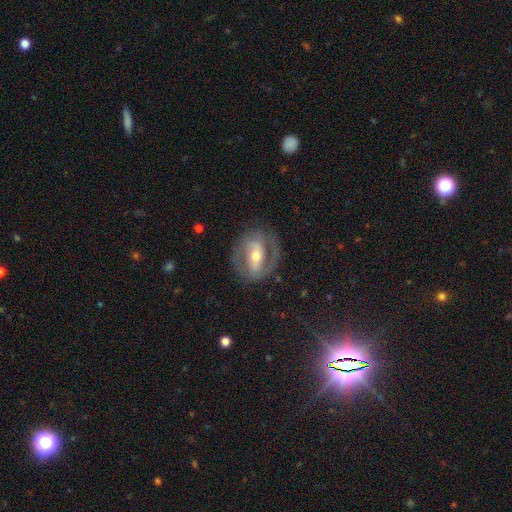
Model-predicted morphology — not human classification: A featured or disk galaxy (80%) with a strong bar (48%), 2 (81%) medium (43%) spiral arms (79%) and a moderate central bulge (62%).

Vote fractions:
- Smooth or featured? featured or disk: 80% / smooth: 14% / star or artifact: 6%
- Edge-on disk? no: 95% / yes: 5%
- Bar? strong: 48% / weak: 31% / no: 21%
- Spiral arms? yes: 79% / no: 21%
- Spiral winding? medium: 43% / tight: 42% / loose: 15%
- Spiral arm count? 2: 81% / can't tell: 10% / 1: 6% / 3: 2% / 4: 1% / more than 4: 1%
- Bulge size? moderate: 62% / small: 32% / large: 4% / none: 1% / dominant: 1%
- Merging? none: 76% / minor disturbance: 14% / major disturbance: 9% / merger: 1%